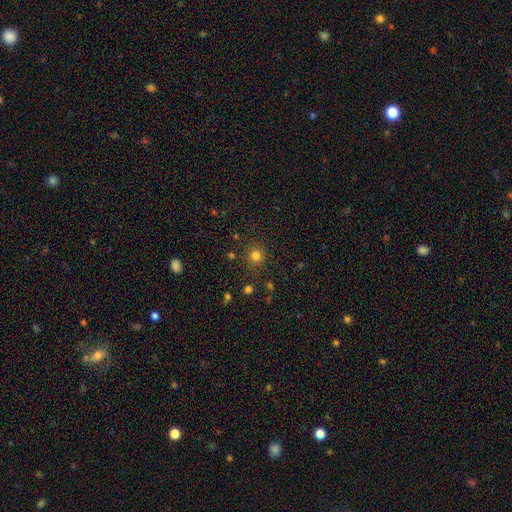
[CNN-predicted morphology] smooth 79%, star or artifact 16%, featured or disk 5%. Down the decision tree: how rounded — round (92%); merging — none (86%).